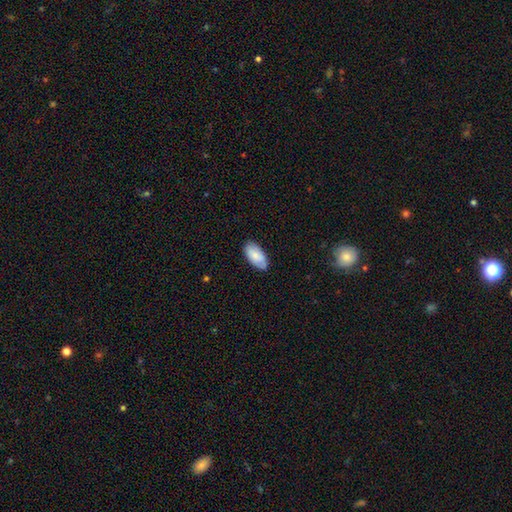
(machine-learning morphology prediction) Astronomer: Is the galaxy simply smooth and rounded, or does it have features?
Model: smooth — 79%.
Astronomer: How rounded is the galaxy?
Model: in between — 95%.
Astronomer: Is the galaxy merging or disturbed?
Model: none — 78%.